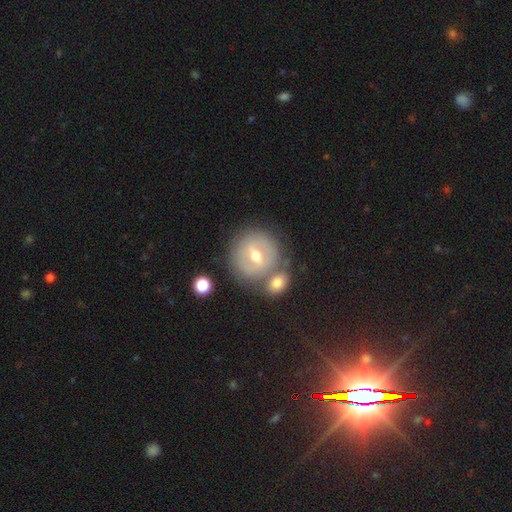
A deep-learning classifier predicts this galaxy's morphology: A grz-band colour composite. It shows a featured or disk galaxy (49%). Merging: none (64%).